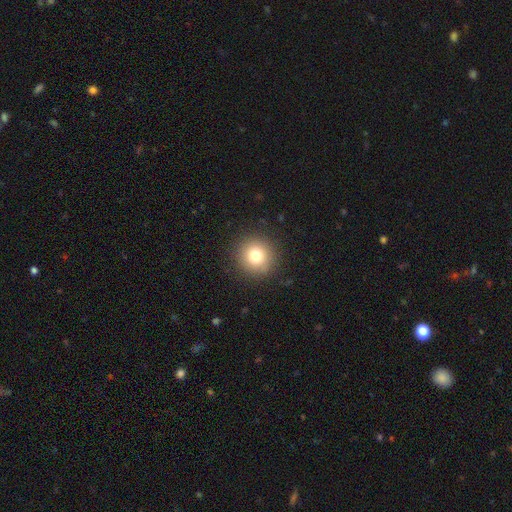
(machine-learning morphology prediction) type=smooth (77%); roundness=round (94%); merging=none (90%).